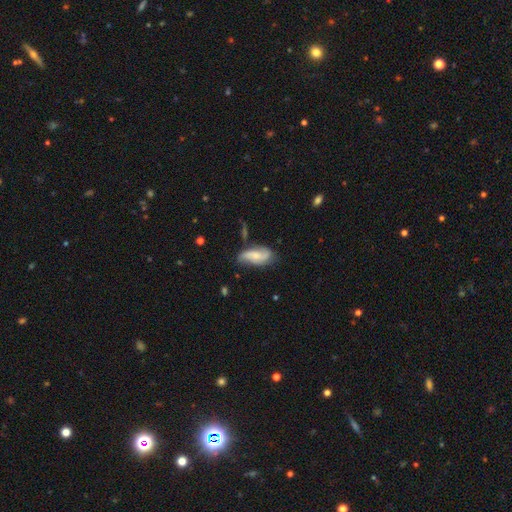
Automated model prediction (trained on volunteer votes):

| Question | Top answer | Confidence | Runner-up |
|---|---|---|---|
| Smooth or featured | featured or disk | 58% | smooth (35%) |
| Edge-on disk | no | 92% | yes (8%) |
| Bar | no | 56% | weak (34%) |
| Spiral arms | yes | 90% | no (10%) |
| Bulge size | small | 50% | moderate (35%) |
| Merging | none | 65% | minor disturbance (23%) |